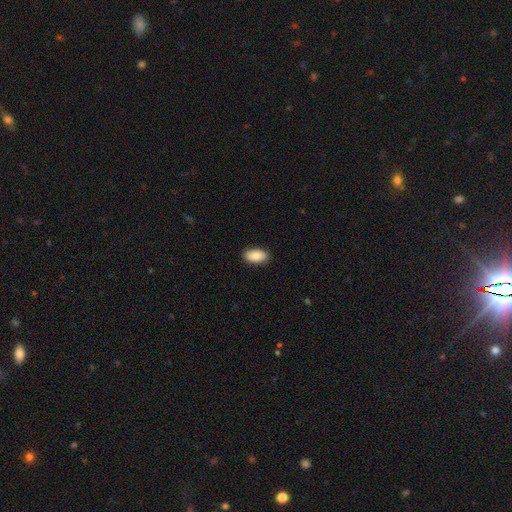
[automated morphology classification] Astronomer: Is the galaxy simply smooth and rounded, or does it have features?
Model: smooth — 86%.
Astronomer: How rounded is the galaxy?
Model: in between — 94%.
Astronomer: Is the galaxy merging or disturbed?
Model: none — 88%.